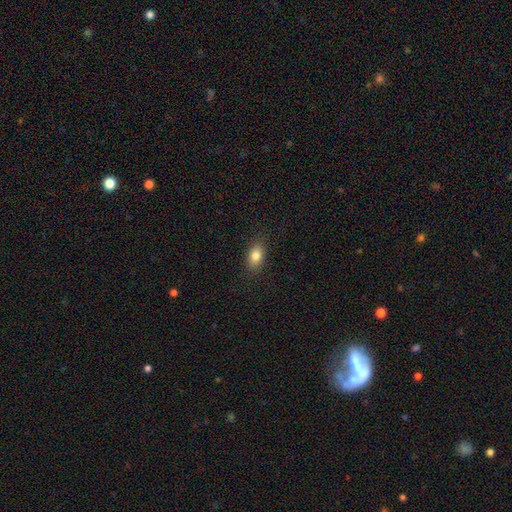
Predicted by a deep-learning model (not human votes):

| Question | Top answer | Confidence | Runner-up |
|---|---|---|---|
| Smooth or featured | smooth | 83% | featured or disk (9%) |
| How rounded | in between | 85% | round (11%) |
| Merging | none | 87% | minor disturbance (9%) |